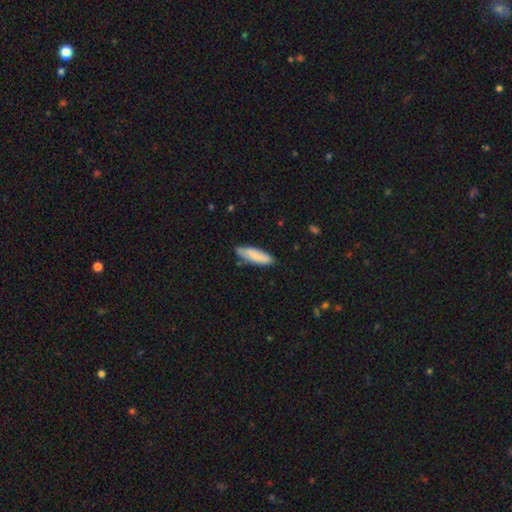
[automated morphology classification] type=smooth (83%); roundness=cigar-shaped (50%); merging=none (75%).